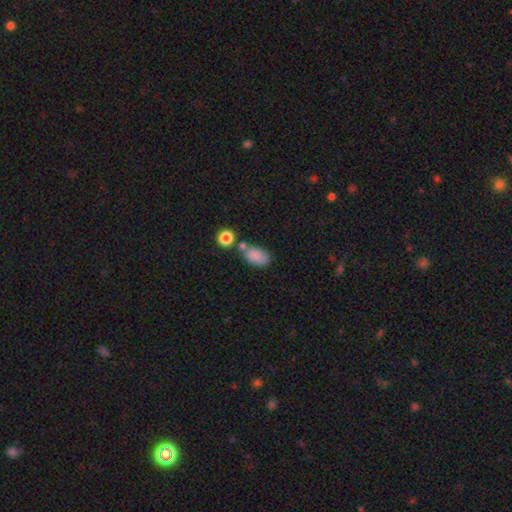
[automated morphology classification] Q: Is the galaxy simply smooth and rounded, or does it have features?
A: smooth — 85%.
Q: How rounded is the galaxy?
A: in between — 89%.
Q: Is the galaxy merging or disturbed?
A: none — 62%.